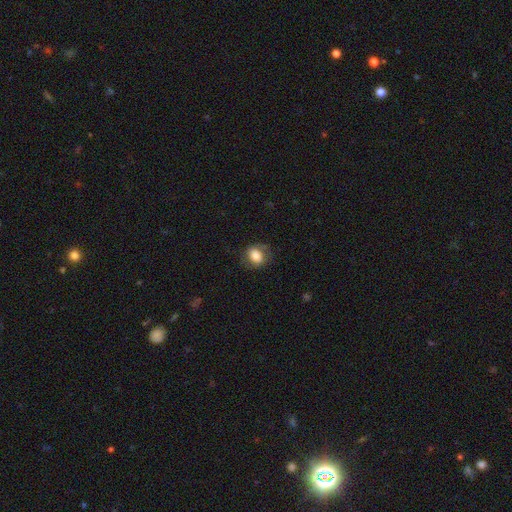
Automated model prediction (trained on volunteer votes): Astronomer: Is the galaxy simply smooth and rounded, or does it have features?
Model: smooth — 76%.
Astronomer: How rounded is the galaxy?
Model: in between — 53% (runner-up: round, 46%).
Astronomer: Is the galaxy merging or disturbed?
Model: none — 71%.